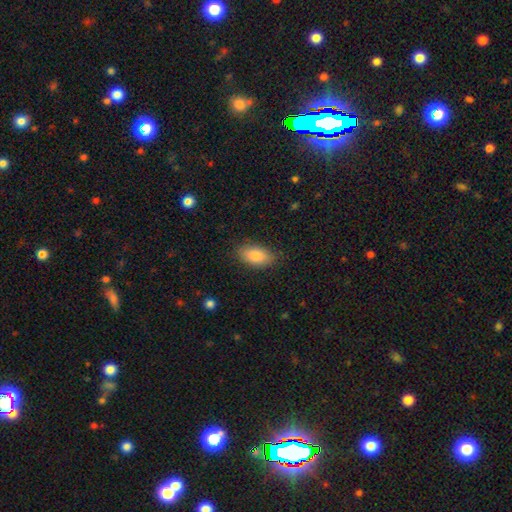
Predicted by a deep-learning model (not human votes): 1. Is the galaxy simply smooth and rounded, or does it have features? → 83% smooth, 10% featured or disk, 7% star or artifact.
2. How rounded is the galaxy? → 92% in between, 5% round, 3% cigar-shaped.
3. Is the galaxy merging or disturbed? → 83% none, 13% minor disturbance, 3% major disturbance, 1% merger.